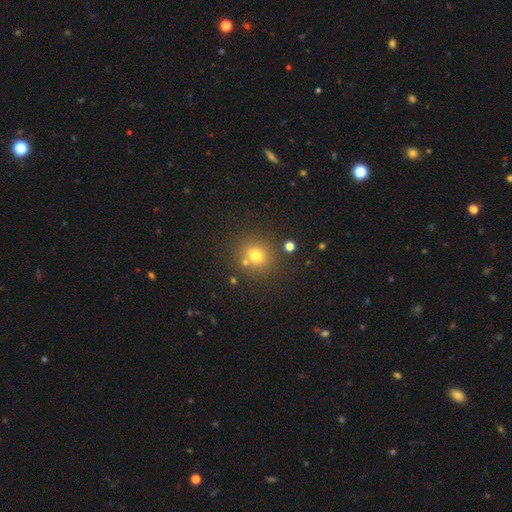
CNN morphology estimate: smooth 72%, star or artifact 18%, featured or disk 9%. Down the decision tree: how rounded — round (88%); merging — none (79%).